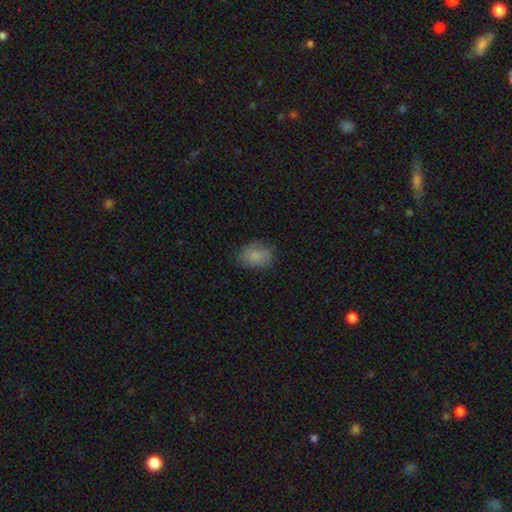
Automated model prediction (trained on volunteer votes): Smooth or featured? Predicted: smooth (p=0.83). How rounded? Predicted: in between (p=0.75). Merging? Predicted: none (p=0.74).